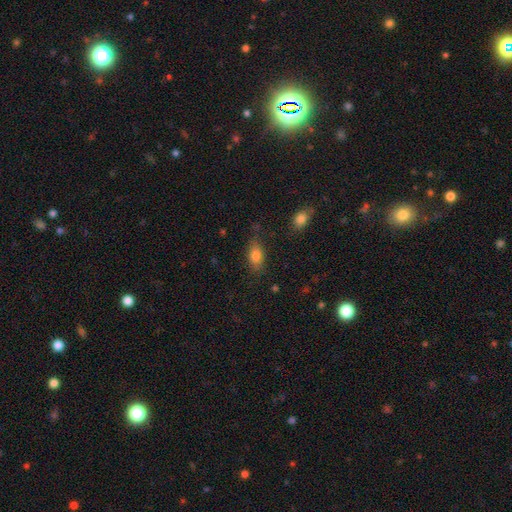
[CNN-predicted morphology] Q: Smooth or featured?
A: smooth (79%); runner-up: featured or disk (11%)
Q: How rounded?
A: in between (85%); runner-up: round (10%)
Q: Merging?
A: none (76%); runner-up: minor disturbance (17%)